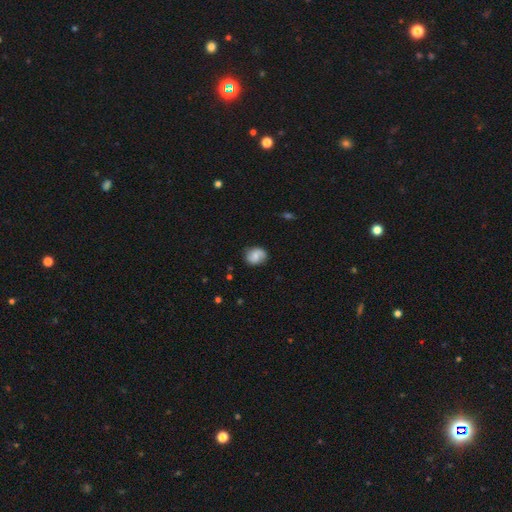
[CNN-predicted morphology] Q: Smooth or featured?
A: smooth (62%); runner-up: featured or disk (30%)
Q: How rounded?
A: round (57%); runner-up: in between (41%)
Q: Merging?
A: none (76%); runner-up: minor disturbance (18%)